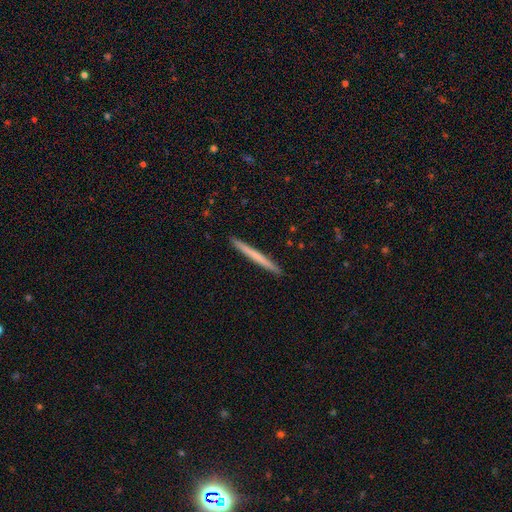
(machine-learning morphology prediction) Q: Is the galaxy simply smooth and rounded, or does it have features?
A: smooth — 59%.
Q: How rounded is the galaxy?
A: cigar-shaped — 97%.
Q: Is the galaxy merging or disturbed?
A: none — 93%.